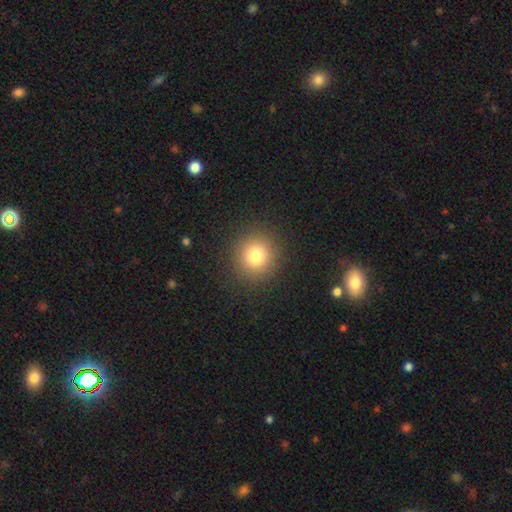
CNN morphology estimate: smooth_or_featured: smooth (p=0.78) [alt: star or artifact p=0.14]
how_rounded: round (p=0.92) [alt: in between p=0.07]
merging: none (p=0.90) [alt: minor disturbance p=0.06]